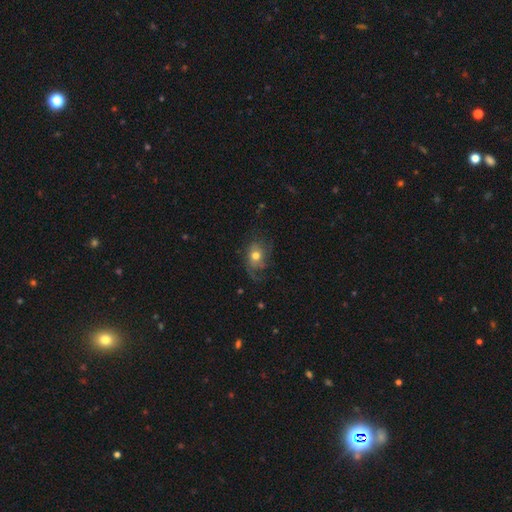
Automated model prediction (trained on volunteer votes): Morphology: type=smooth (48%); merging=none (50%).